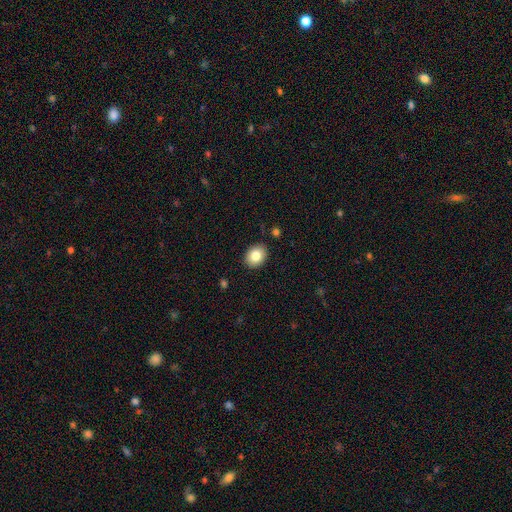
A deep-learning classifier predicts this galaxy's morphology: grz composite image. It shows a smooth galaxy with no disk features (83%) that is in between round and cigar-shaped (55%). Merging: none (89%).